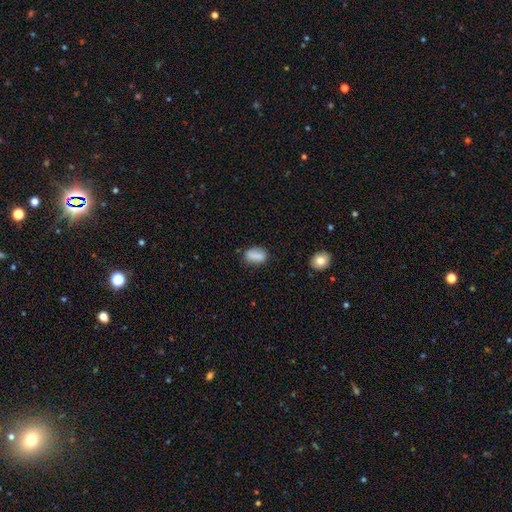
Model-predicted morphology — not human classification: Overall: smooth (83%). How rounded: in between (84%). Merging: none (75%).